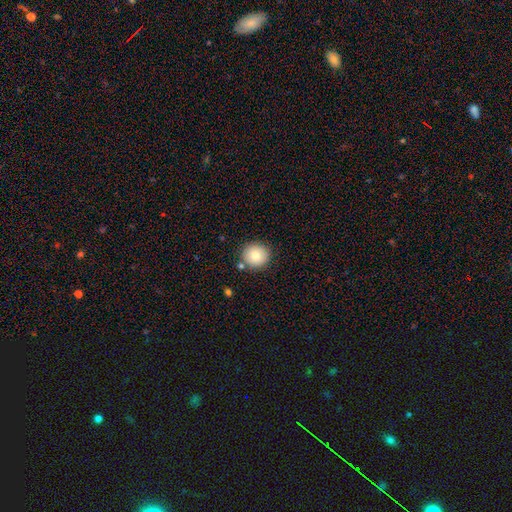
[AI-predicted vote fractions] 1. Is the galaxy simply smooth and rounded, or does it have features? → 80% smooth, 10% featured or disk, 9% star or artifact.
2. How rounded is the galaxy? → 92% round, 7% in between, 1% cigar-shaped.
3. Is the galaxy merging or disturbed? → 84% none, 9% minor disturbance, 5% merger, 2% major disturbance.